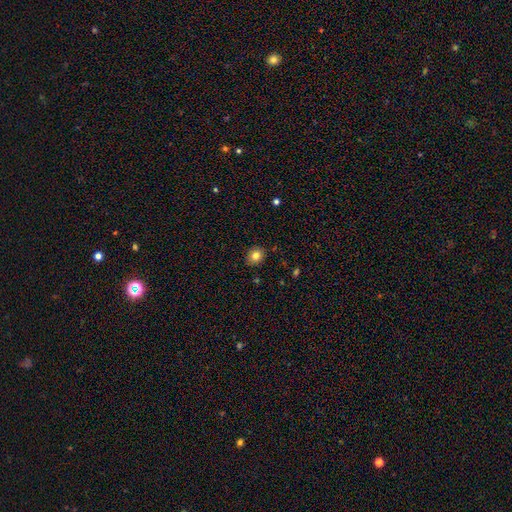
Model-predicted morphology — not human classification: A smooth galaxy with no disk features (81%) that is round (69%).

Vote fractions:
- Smooth or featured? smooth: 81% / star or artifact: 11% / featured or disk: 8%
- How rounded? round: 69% / in between: 30% / cigar-shaped: 1%
- Merging? none: 88% / minor disturbance: 9% / major disturbance: 2% / merger: 1%